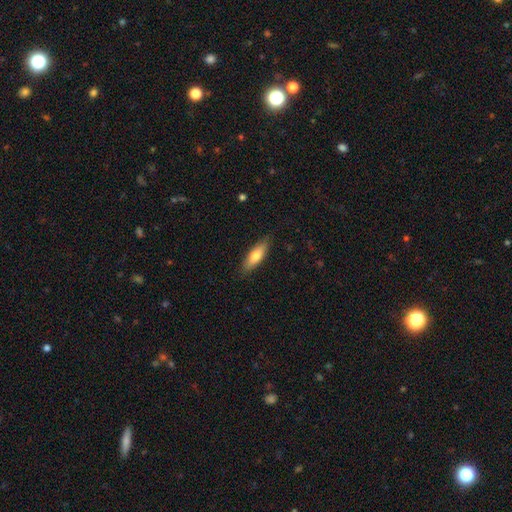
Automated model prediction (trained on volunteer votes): A smooth galaxy with no disk features (72%) that is in between round and cigar-shaped (52%). Merging: none (85%).